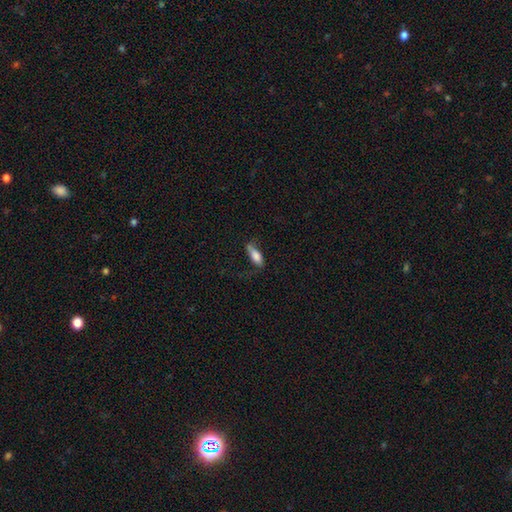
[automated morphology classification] smooth 75%, featured or disk 18%, star or artifact 7%. Down the decision tree: how rounded — in between (63%); merging — none (54%).